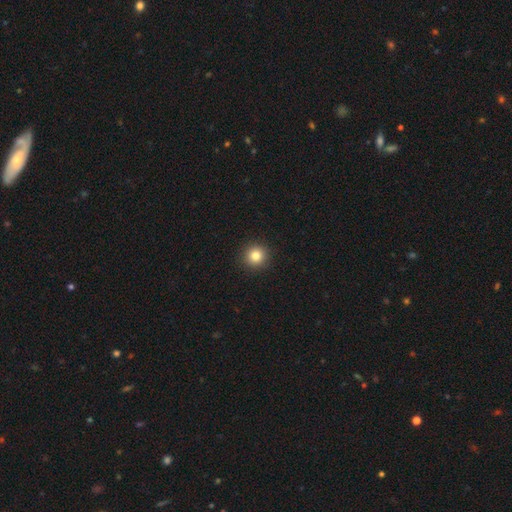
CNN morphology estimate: A smooth galaxy with no disk features (83%) that is round (94%).

Vote fractions:
- Smooth or featured? smooth: 83% / star or artifact: 11% / featured or disk: 6%
- How rounded? round: 94% / in between: 5% / cigar-shaped: 1%
- Merging? none: 93% / minor disturbance: 5% / major disturbance: 2% / merger: 1%